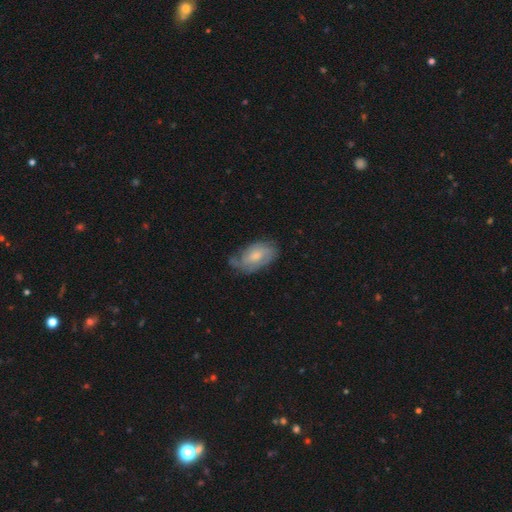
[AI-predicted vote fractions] featured or disk 63%, smooth 30%, star or artifact 7%. Down the decision tree: edge-on disk — no (95%); bar — no (60%); spiral arms — yes (87%); spiral arm count — 2 (40%); spiral winding — tight (49%); bulge size — small (51%); merging — none (58%).